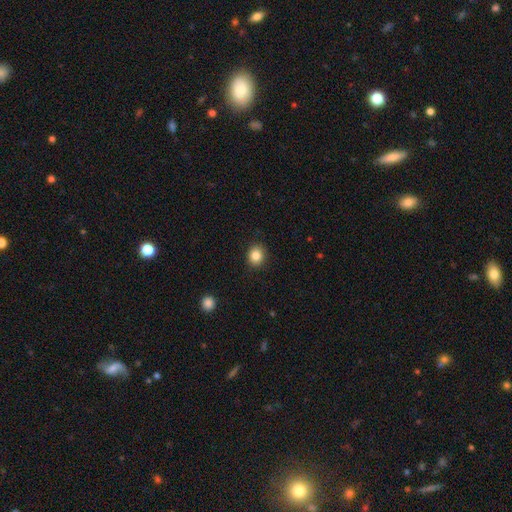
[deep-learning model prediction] Morphology: type=smooth (85%); roundness=round (73%); merging=none (90%).